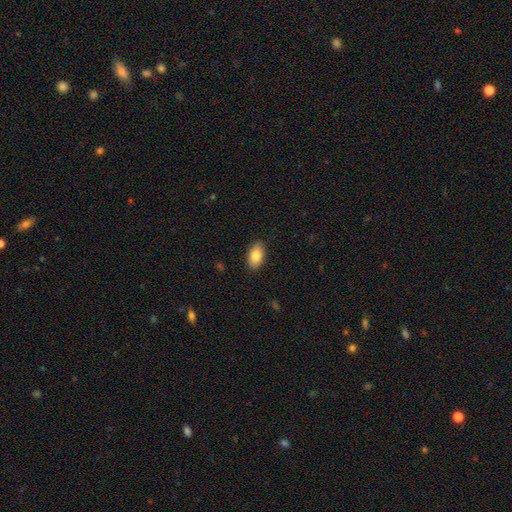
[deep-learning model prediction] Morphology: type=smooth (83%); roundness=in between (93%); merging=none (87%).